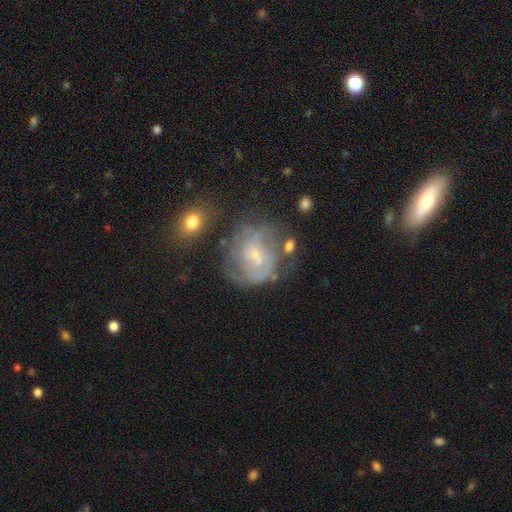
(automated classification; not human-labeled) This appears to be a featured or disk galaxy (74%) with no bar (56%), tight (52%) spiral arms (80%) and a small central bulge (74%). Merging: none (54%).